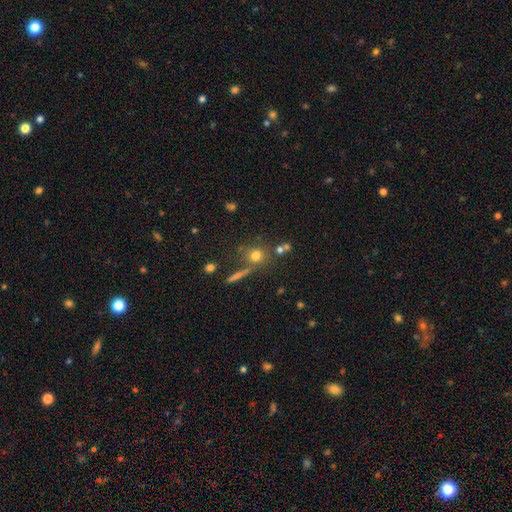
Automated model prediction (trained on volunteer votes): smooth_or_featured: smooth (p=0.71) [alt: star or artifact p=0.17]
how_rounded: round (p=0.84) [alt: in between p=0.12]
merging: none (p=0.68) [alt: merger p=0.16]